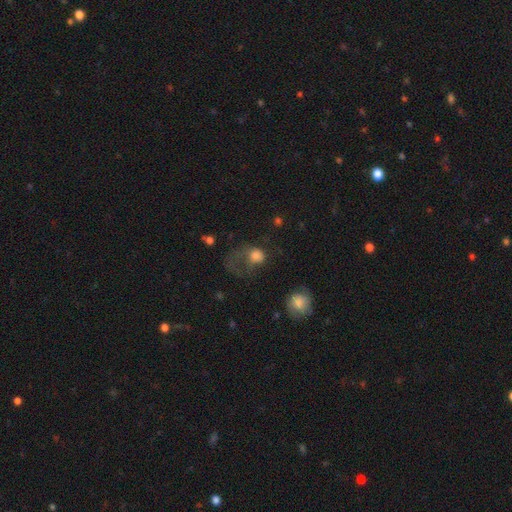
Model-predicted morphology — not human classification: Smooth or featured? Predicted: smooth (p=0.68). How rounded? Predicted: round (p=0.57). Merging? Predicted: major disturbance (p=0.61).